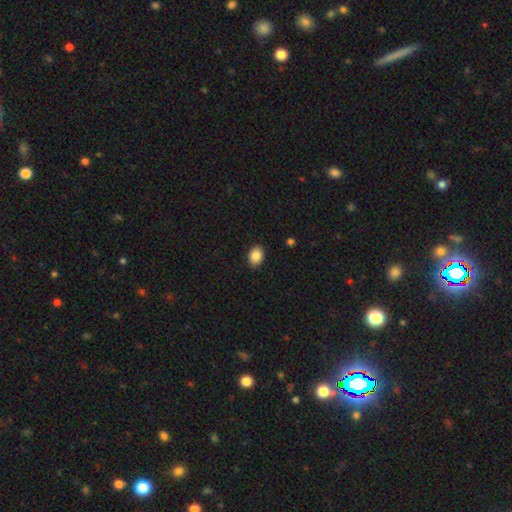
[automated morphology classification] A smooth galaxy with no disk features (87%) that is in between round and cigar-shaped (75%).

Vote fractions:
- Smooth or featured? smooth: 87% / star or artifact: 8% / featured or disk: 5%
- How rounded? in between: 75% / round: 24% / cigar-shaped: 1%
- Merging? none: 90% / minor disturbance: 7% / major disturbance: 2% / merger: 1%